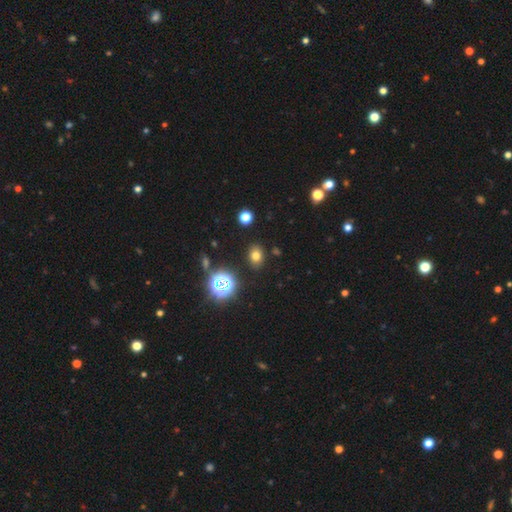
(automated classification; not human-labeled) A smooth galaxy with no disk features (73%) that is in between round and cigar-shaped (62%). Merging: none (87%).